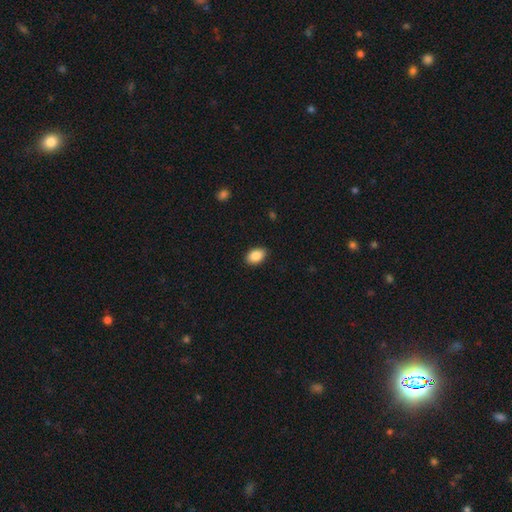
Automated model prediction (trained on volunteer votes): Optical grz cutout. It shows a smooth galaxy with no disk features (89%) that is in between round and cigar-shaped (88%). Merging: none (88%).